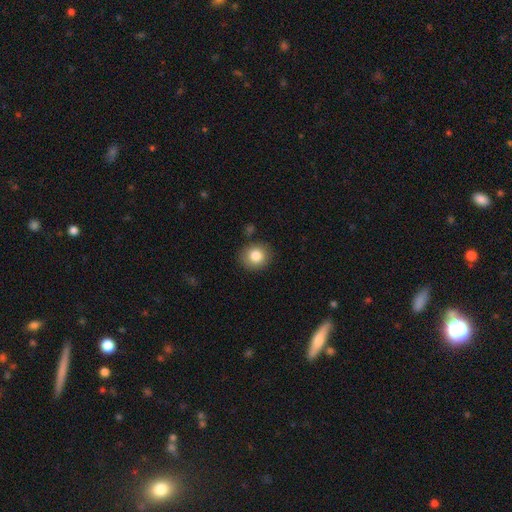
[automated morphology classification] Smooth or featured? Predicted: smooth (p=0.83). How rounded? Predicted: round (p=0.84). Merging? Predicted: none (p=0.85).